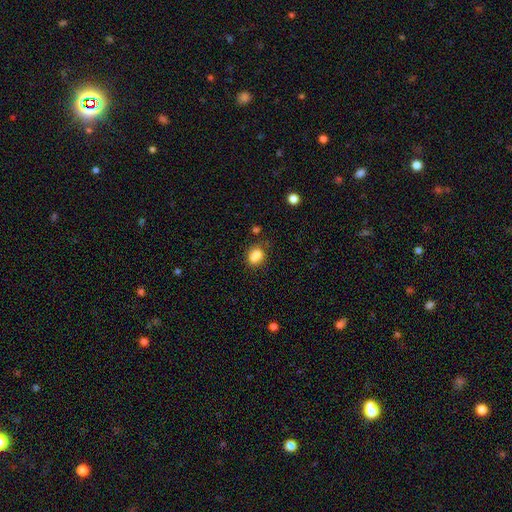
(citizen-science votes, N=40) Volunteers were most divided on "how rounded": in between: 53%, round: 47%, cigar-shaped: 0%. More confident: smooth or featured — smooth (80%); merging — none (56%).